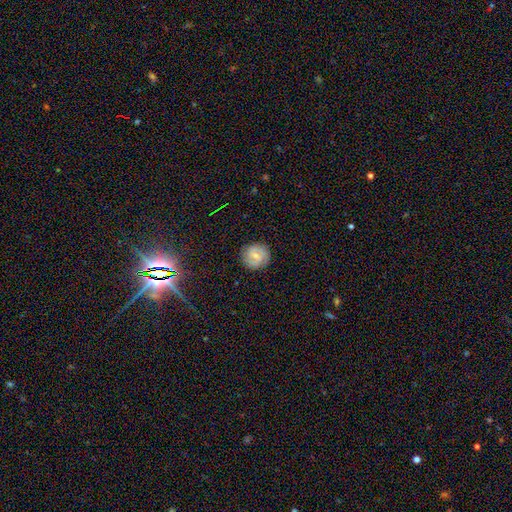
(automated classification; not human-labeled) A featured or disk galaxy (47%). Merging: none (85%).